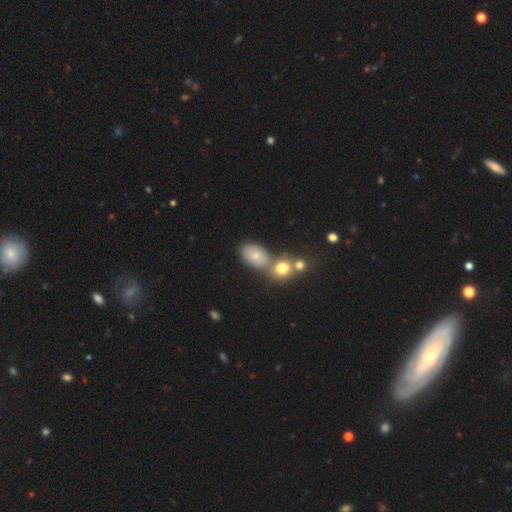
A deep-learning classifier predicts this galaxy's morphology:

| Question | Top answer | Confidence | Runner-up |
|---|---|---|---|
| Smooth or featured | smooth | 73% | featured or disk (15%) |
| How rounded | in between | 79% | round (19%) |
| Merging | none | 50% | merger (33%) |